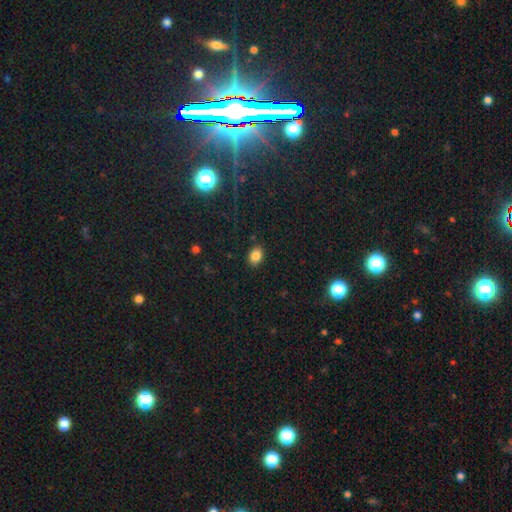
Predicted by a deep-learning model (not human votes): This is clearly a smooth galaxy (83%). How rounded: likely in between (64%). Merging: clearly none (87%).